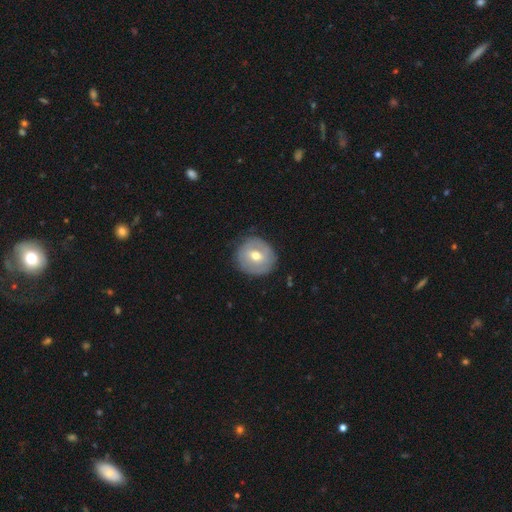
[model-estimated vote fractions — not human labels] Morphology: type=featured or disk (51%); edge-on=no (96%); merging=none (82%).